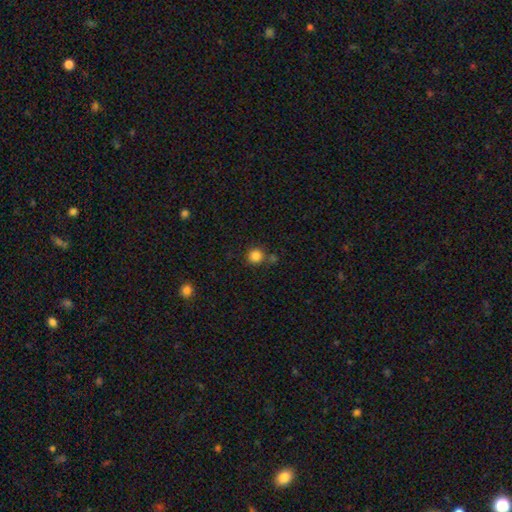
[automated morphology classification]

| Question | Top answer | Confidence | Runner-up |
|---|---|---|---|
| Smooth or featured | smooth | 84% | star or artifact (12%) |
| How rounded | round | 93% | in between (6%) |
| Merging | none | 76% | merger (11%) |